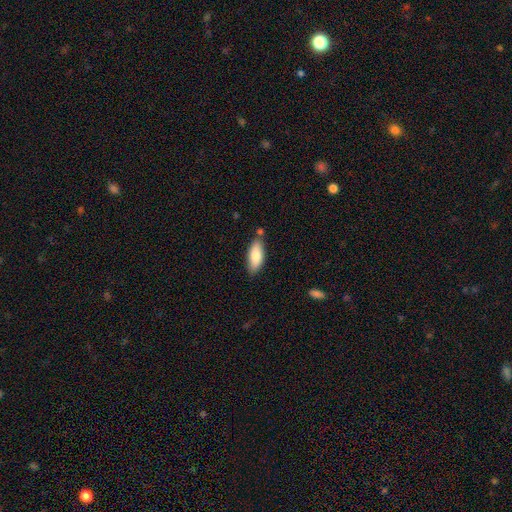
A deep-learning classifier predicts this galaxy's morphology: type=smooth (83%); roundness=in between (80%); merging=none (75%).